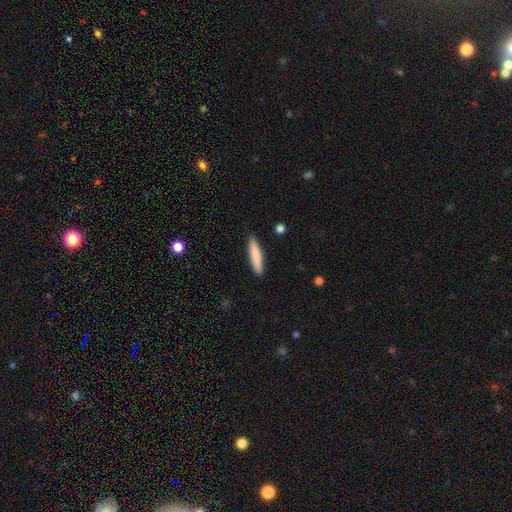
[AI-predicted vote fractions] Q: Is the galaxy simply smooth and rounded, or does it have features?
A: smooth — 82%.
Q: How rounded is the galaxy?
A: cigar-shaped — 87%.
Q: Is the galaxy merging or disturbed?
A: none — 89%.